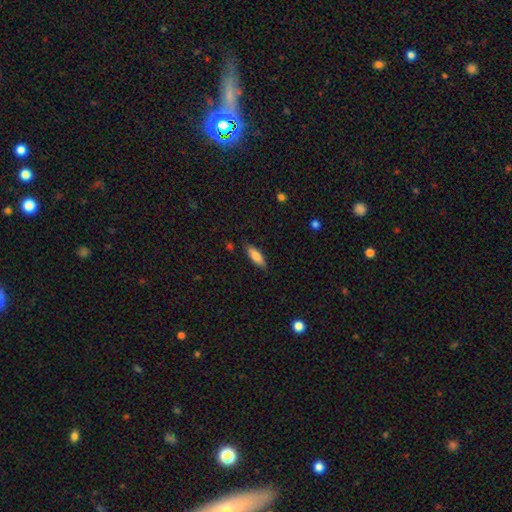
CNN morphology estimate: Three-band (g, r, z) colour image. It shows a smooth galaxy with no disk features (79%) that is in between round and cigar-shaped (54%). Merging: none (83%).